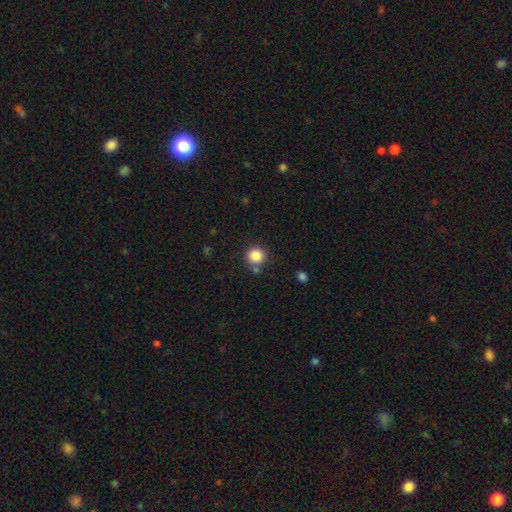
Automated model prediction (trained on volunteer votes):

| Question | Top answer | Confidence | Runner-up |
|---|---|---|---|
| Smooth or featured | smooth | 86% | star or artifact (10%) |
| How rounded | round | 93% | in between (6%) |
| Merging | none | 77% | minor disturbance (10%) |